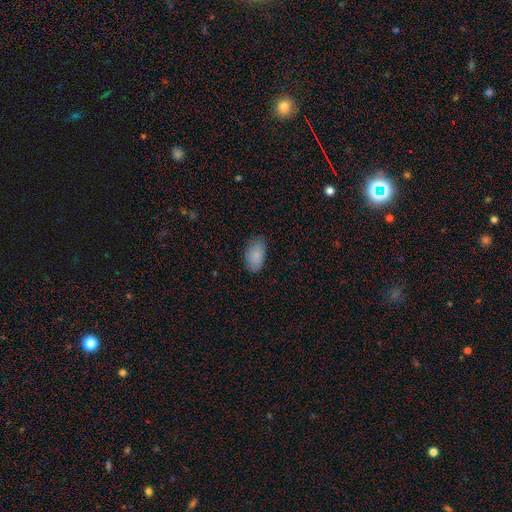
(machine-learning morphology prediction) Smooth or featured? smooth (86%)
How rounded? in between (94%)
Merging? none (77%)